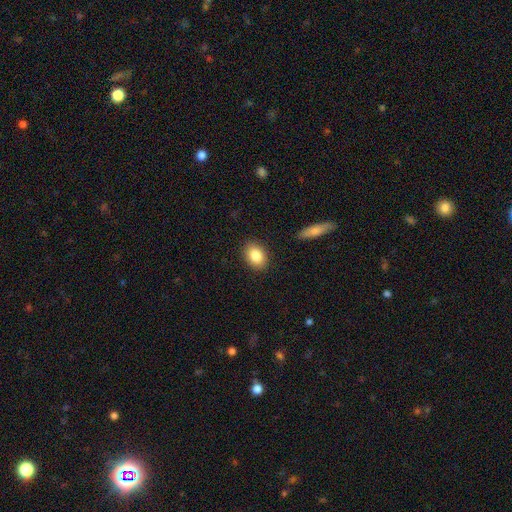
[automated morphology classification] A smooth galaxy with no disk features (85%) that is in between round and cigar-shaped (73%). Merging: none (88%).